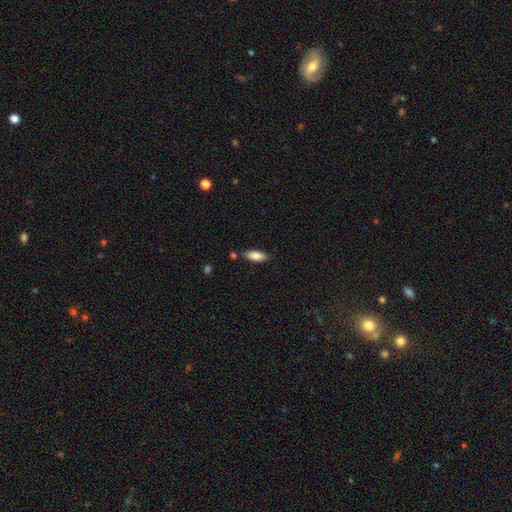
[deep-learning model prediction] smooth 85%, featured or disk 8%, star or artifact 7%. Down the decision tree: how rounded — in between (78%); merging — none (81%).